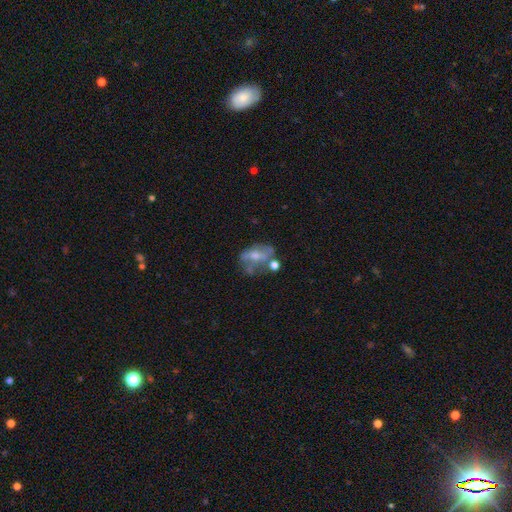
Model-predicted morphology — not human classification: A featured or disk galaxy (56%) with no bar (65%), no spiral arms (68%) and a moderate central bulge (46%). Merging: none (39%).